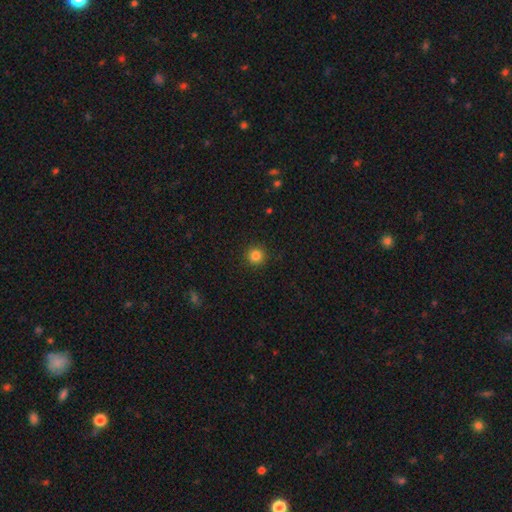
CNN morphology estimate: The model was most divided on "smooth or featured": smooth: 84%, star or artifact: 12%, featured or disk: 4%. More confident: how rounded — round (95%); merging — none (93%).